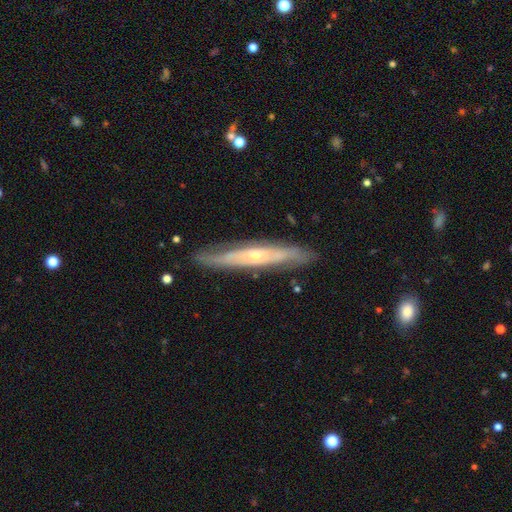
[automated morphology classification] Overall: featured or disk (71%). Edge-on disk: yes (62%; no 38%). Merging: none (80%).